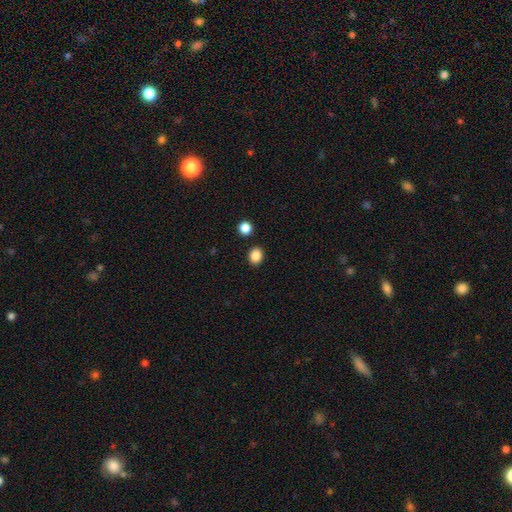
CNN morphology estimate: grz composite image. It shows a smooth galaxy with no disk features (87%) that is round (51%). Merging: none (88%).